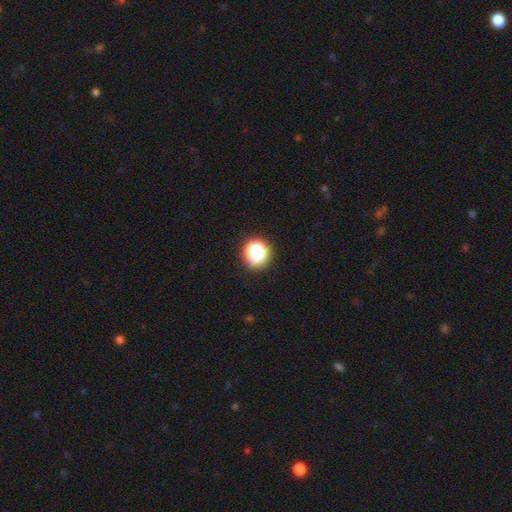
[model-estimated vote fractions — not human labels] A smooth galaxy with no disk features (56%) that is round (88%). Merging: none (81%).